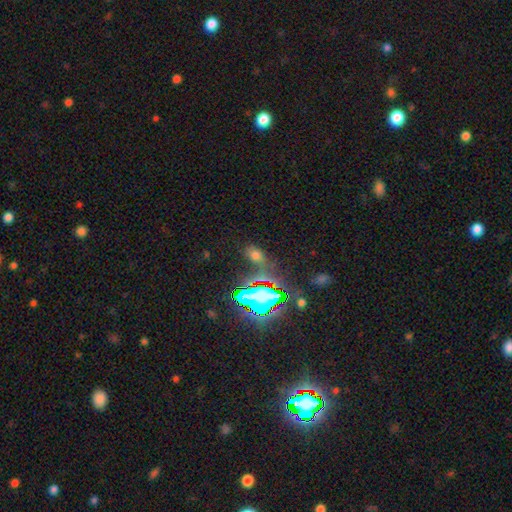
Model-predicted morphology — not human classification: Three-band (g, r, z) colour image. It shows a smooth galaxy with no disk features (48%). Merging: none (64%).